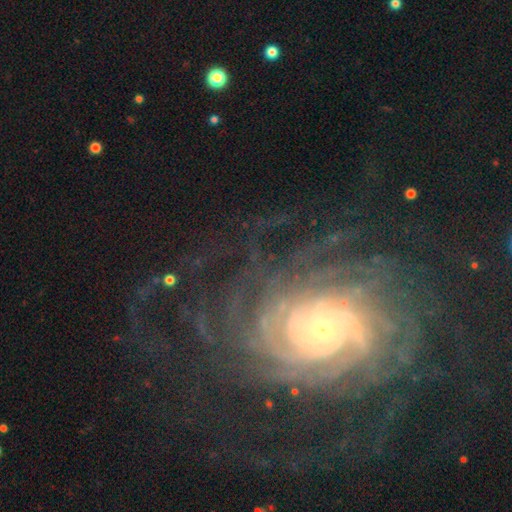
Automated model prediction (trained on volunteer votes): featured or disk 88%, star or artifact 8%, smooth 4%. Down the decision tree: edge-on disk — no (97%); bar — no (66%); spiral arms — yes (98%); spiral arm count — more than 4 (34%); spiral winding — tight (79%); bulge size — small (76%); merging — none (73%).